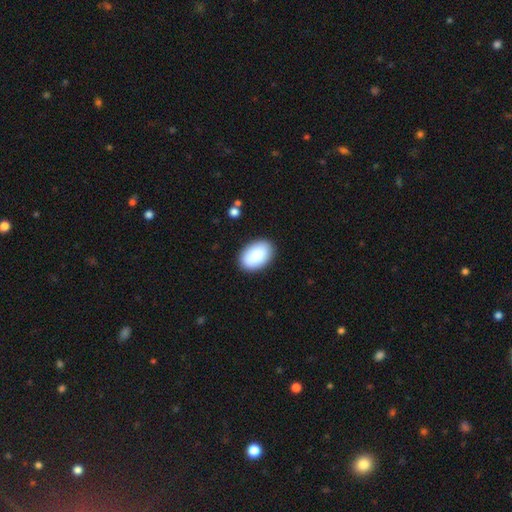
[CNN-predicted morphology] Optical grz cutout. It shows a smooth galaxy with no disk features (88%) that is in between round and cigar-shaped (91%). Merging: none (88%).